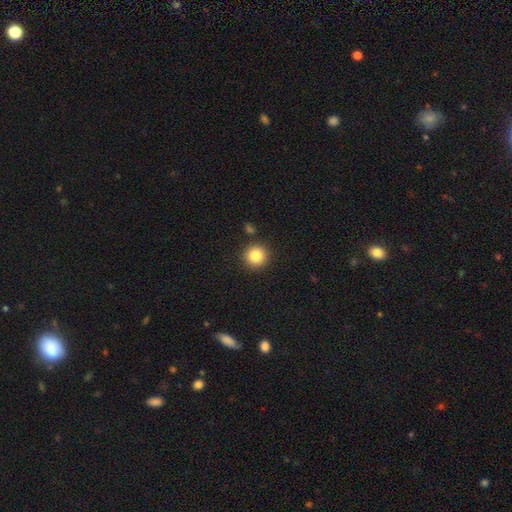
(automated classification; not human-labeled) The model was most divided on "smooth or featured": smooth: 85%, star or artifact: 10%, featured or disk: 5%. More confident: how rounded — round (94%); merging — none (89%).